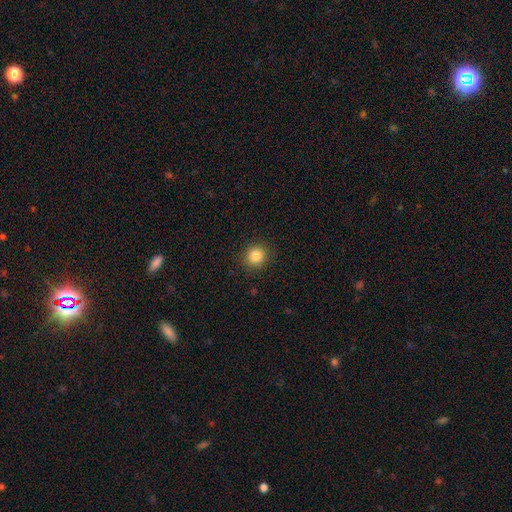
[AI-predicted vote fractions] This appears to be a smooth galaxy with no disk features (84%) that is round (89%). Merging: none (90%).